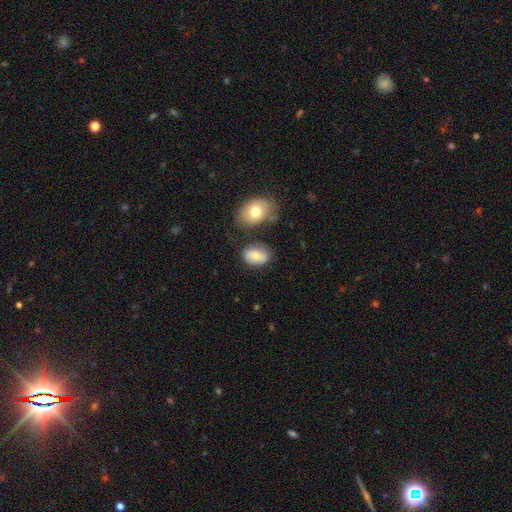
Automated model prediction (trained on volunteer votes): This is likely a smooth galaxy (70%). How rounded: likely in between (78%). Merging: likely none (67%).